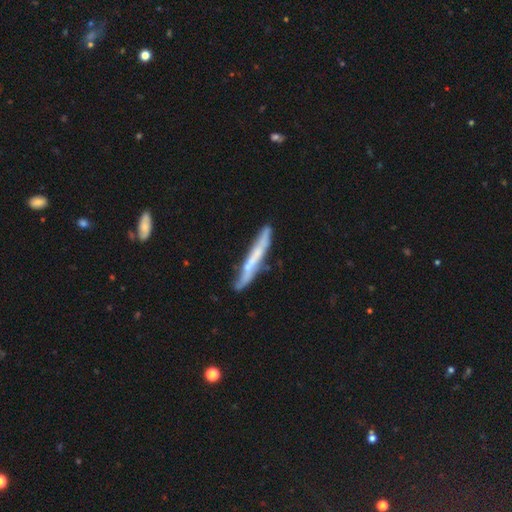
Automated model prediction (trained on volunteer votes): A featured or disk galaxy (52%) viewed edge-on (84%).

Vote fractions:
- Smooth or featured? featured or disk: 52% / smooth: 40% / star or artifact: 7%
- Edge-on disk? yes: 84% / no: 16%
- Merging? none: 78% / minor disturbance: 16% / major disturbance: 3% / merger: 2%